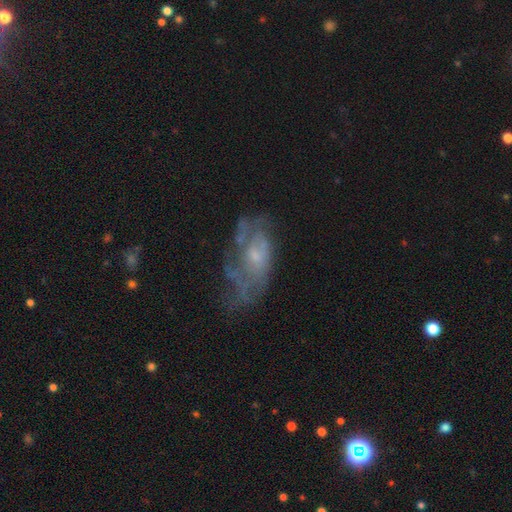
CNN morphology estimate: Smooth or featured: featured or disk — 66% (smooth — 23%)
Edge-on disk: no — 94% (yes — 6%)
Bar: no — 75% (weak — 21%)
Spiral arms: yes — 60% (no — 40%)
Bulge size: small — 57% (moderate — 28%)
Merging: none — 47% (major disturbance — 26%)